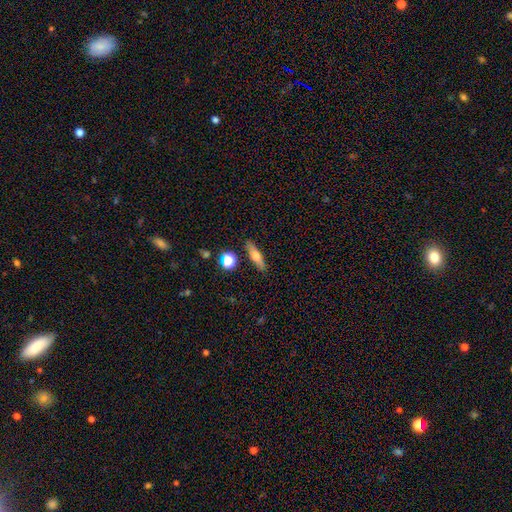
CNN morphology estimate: A smooth galaxy with no disk features (55%) that is cigar-shaped (70%). Merging: none (87%).